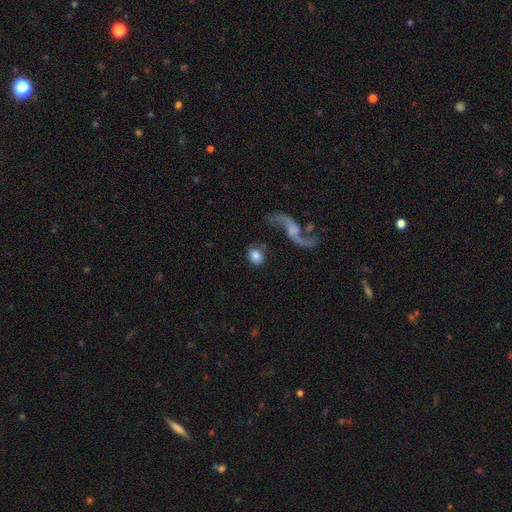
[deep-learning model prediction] smooth_or_featured: smooth (p=0.72) [alt: featured or disk p=0.21]
how_rounded: round (p=0.58) [alt: in between p=0.39]
merging: none (p=0.72) [alt: minor disturbance p=0.13]